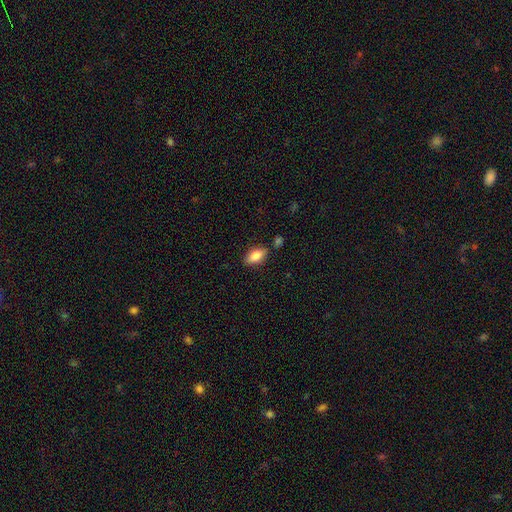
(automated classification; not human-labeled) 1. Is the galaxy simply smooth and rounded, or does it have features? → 79% smooth, 13% featured or disk, 7% star or artifact.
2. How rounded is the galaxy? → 88% in between, 8% cigar-shaped, 4% round.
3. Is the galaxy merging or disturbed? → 80% none, 12% minor disturbance, 5% merger, 3% major disturbance.